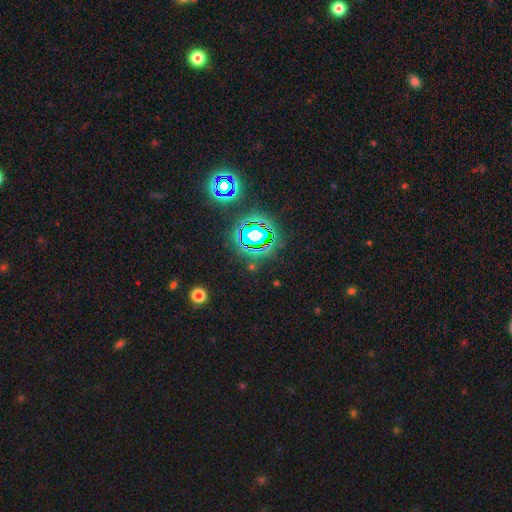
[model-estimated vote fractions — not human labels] Smooth or featured? Predicted: star or artifact (p=0.80).